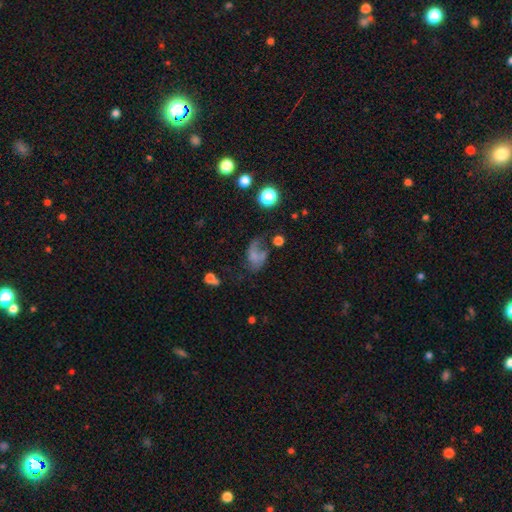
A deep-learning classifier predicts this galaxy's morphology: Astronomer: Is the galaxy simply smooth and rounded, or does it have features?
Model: smooth — 45% (runner-up: featured or disk, 38%).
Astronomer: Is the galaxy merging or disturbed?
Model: major disturbance — 43% (runner-up: none, 27%).